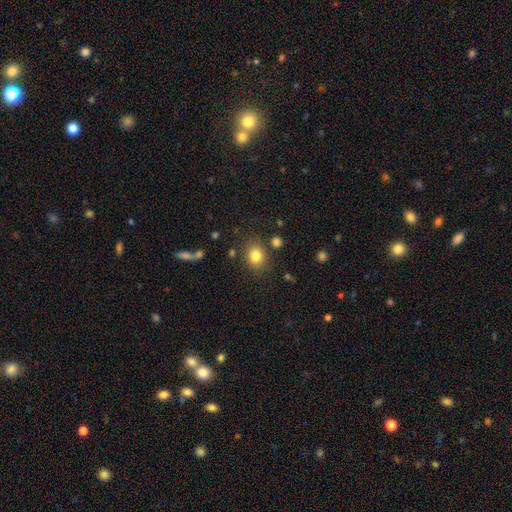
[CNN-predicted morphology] type=smooth (82%); roundness=round (59%); merging=none (80%).